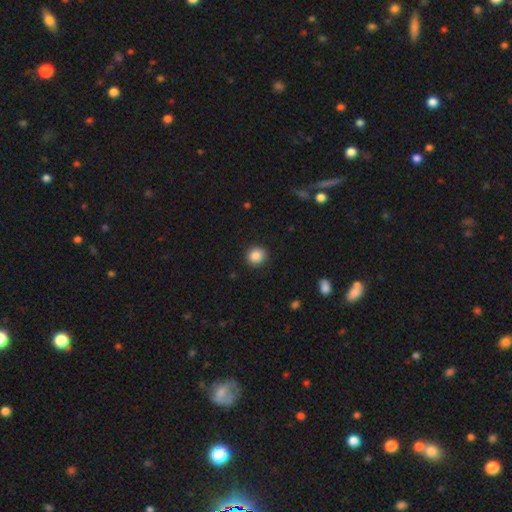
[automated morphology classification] Smooth or featured? Predicted: smooth (p=0.87). How rounded? Predicted: round (p=0.85). Merging? Predicted: none (p=0.91).